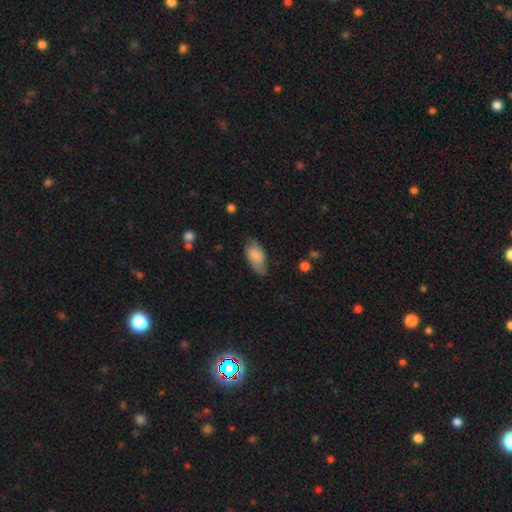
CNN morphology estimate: type=smooth (75%); roundness=in between (91%); merging=none (61%).